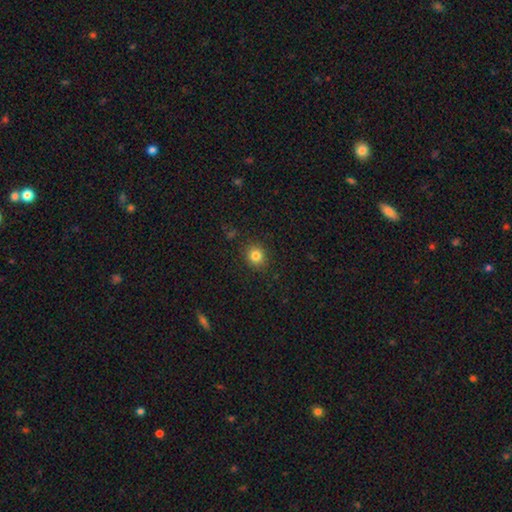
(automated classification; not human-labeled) A smooth galaxy with no disk features (82%) that is round (81%).

Vote fractions:
- Smooth or featured? smooth: 82% / star or artifact: 12% / featured or disk: 6%
- How rounded? round: 81% / in between: 18% / cigar-shaped: 1%
- Merging? none: 88% / minor disturbance: 8% / major disturbance: 2% / merger: 1%